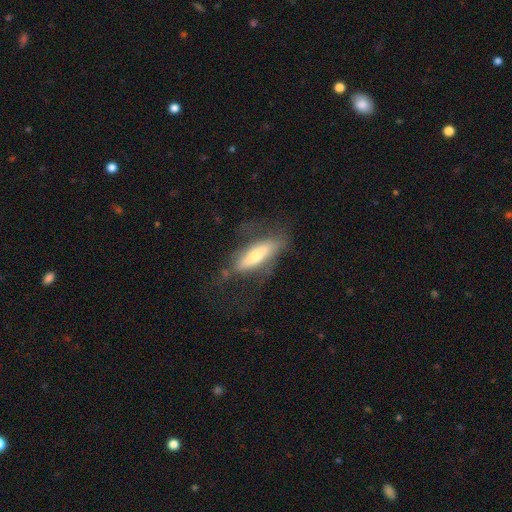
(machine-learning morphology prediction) Smooth or featured? Predicted: featured or disk (p=0.49). Merging? Predicted: none (p=0.52).